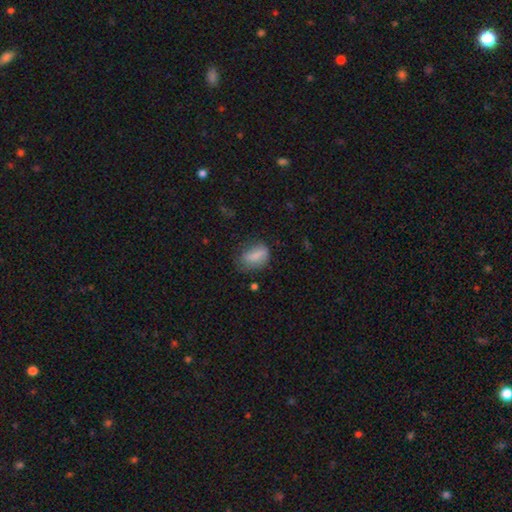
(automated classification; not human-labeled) Smooth or featured: smooth — 80% (featured or disk — 12%)
How rounded: in between — 84% (round — 12%)
Merging: none — 55% (minor disturbance — 30%)